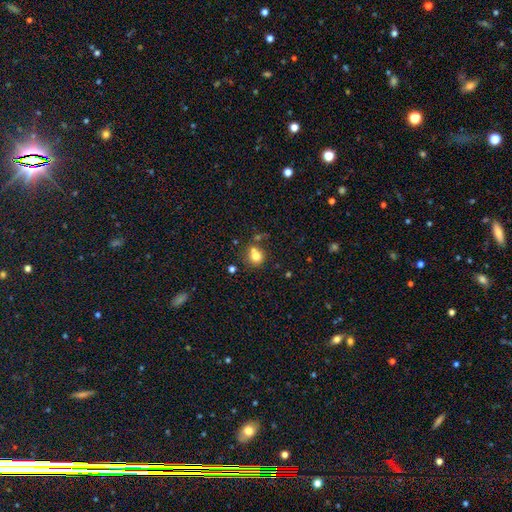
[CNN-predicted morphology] Smooth or featured?
  - smooth: 76% *
  - star or artifact: 12%
  - featured or disk: 12%
How rounded?
  - round: 78% *
  - in between: 21%
  - cigar-shaped: 1%
Merging?
  - none: 47% *
  - merger: 35%
  - minor disturbance: 13%
  - major disturbance: 5%